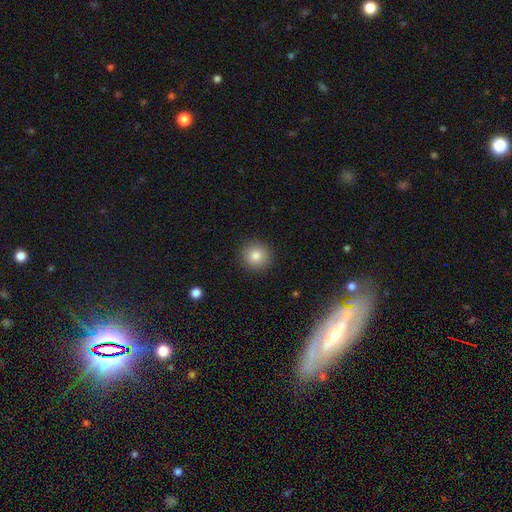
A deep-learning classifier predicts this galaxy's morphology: This appears to be a smooth galaxy with no disk features (84%) that is round (93%). Merging: none (91%).